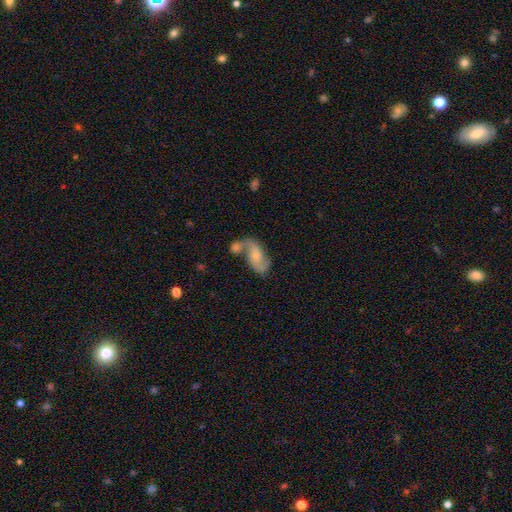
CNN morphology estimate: smooth-or-featured: featured or disk: 71% | smooth: 22% | star or artifact: 7%
  disk-edge-on: no: 96% | yes: 4%
    bar: no: 60% | weak: 33% | strong: 7%
    has-spiral-arms: yes: 90% | no: 10%
      spiral-winding: loose: 54% | medium: 36% | tight: 10%
      spiral-arm-count: 2: 88% | 1: 4% | can't tell: 4% | 3: 1% | 4: 1% | more than 4: 1%
    bulge-size: small: 37% | moderate: 36% | none: 18% | large: 7% | dominant: 2%
  merging: merger: 40% | none: 35% | minor disturbance: 15% | major disturbance: 10%